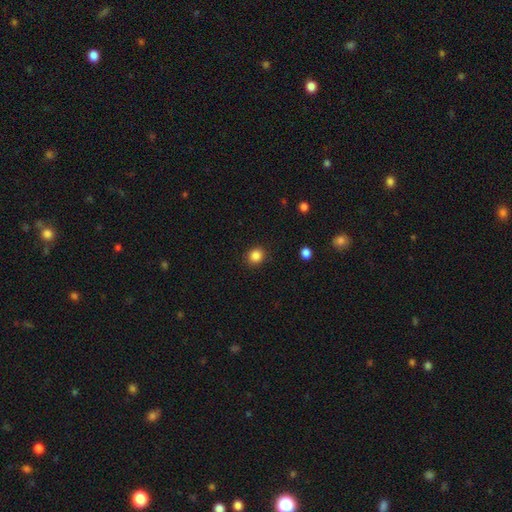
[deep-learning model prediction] smooth-or-featured: smooth: 86% | star or artifact: 11% | featured or disk: 3%
  how-rounded: round: 85% | in between: 14% | cigar-shaped: 1%
  merging: none: 90% | minor disturbance: 7% | major disturbance: 2% | merger: 1%